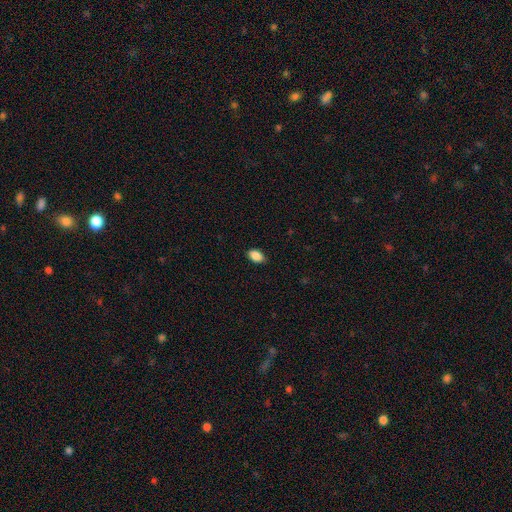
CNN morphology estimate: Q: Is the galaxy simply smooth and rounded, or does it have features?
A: smooth — 89%.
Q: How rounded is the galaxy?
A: in between — 90%.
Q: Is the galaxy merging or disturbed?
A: none — 86%.